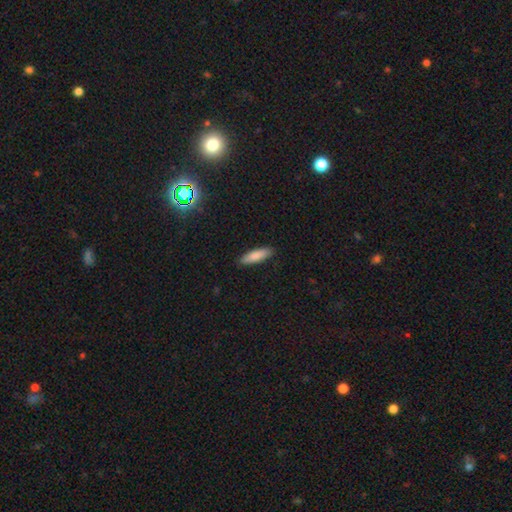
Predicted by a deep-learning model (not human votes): smooth 84%, featured or disk 9%, star or artifact 6%. Down the decision tree: how rounded — cigar-shaped (59%); merging — none (89%).